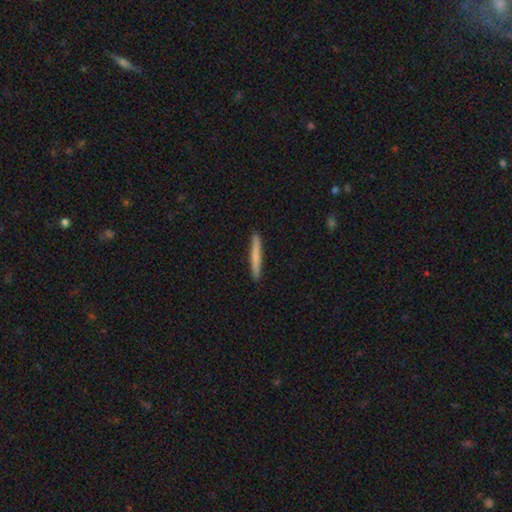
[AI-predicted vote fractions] Smooth or featured? smooth (71%)
How rounded? cigar-shaped (97%)
Merging? none (92%)